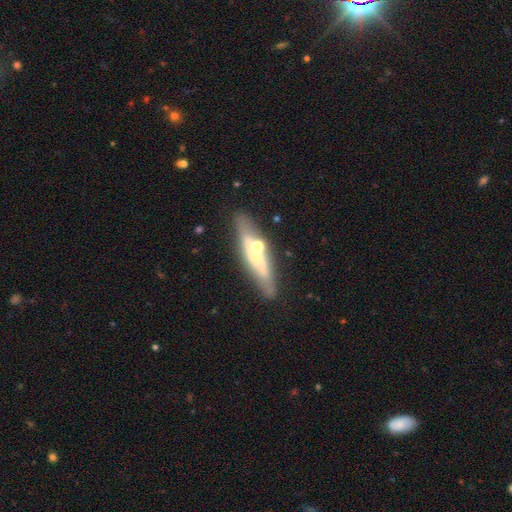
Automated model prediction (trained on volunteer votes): Smooth or featured? featured or disk (56%)
Edge-on disk? yes (72%)
Merging? none (73%)